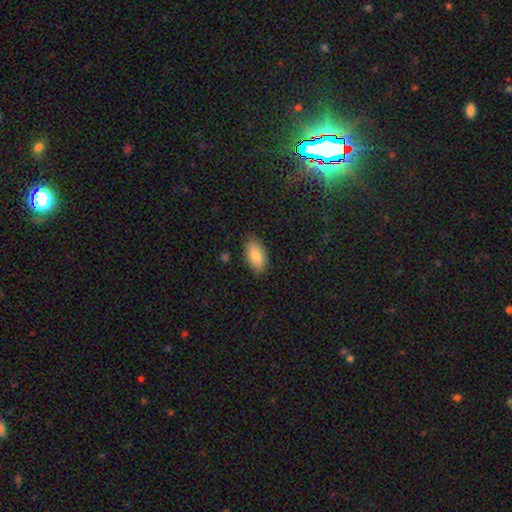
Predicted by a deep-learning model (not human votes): Smooth or featured? Predicted: smooth (p=0.85). How rounded? Predicted: in between (p=0.94). Merging? Predicted: none (p=0.82).